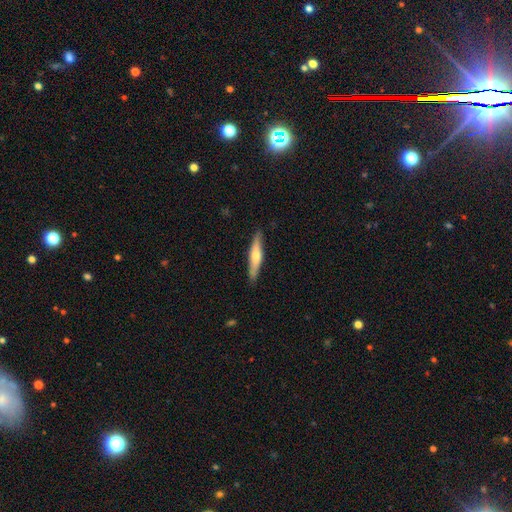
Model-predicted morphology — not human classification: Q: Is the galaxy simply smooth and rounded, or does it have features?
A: smooth — 49%.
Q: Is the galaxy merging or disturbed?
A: none — 88%.